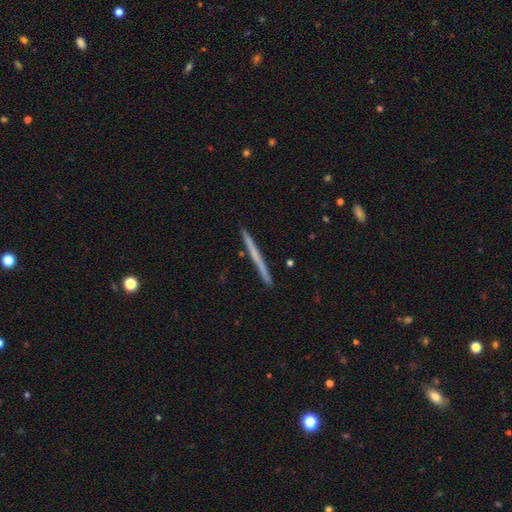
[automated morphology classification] This appears to be a featured or disk galaxy (47%, tied with smooth). Merging: none (92%).